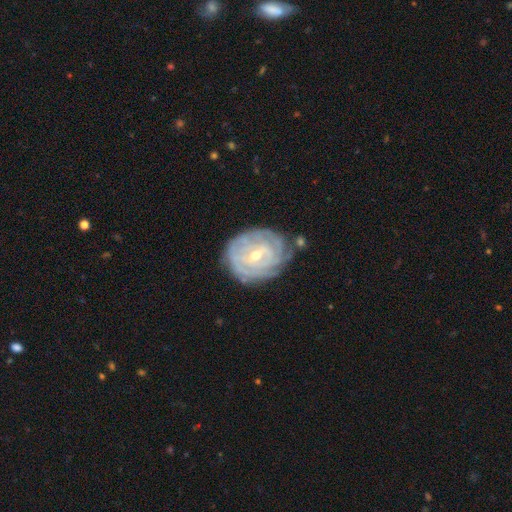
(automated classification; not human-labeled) Smooth or featured?
  - featured or disk: 85% *
  - smooth: 10%
  - star or artifact: 5%
Edge-on disk?
  - no: 97% *
  - yes: 3%
Bar?
  - weak: 51% *
  - no: 30%
  - strong: 19%
Spiral arms?
  - yes: 93% *
  - no: 7%
Spiral winding?
  - tight: 83% *
  - medium: 13%
  - loose: 3%
Spiral arm count?
  - can't tell: 43% *
  - 3: 16%
  - 4: 16%
  - 2: 14%
  - more than 4: 7%
  - 1: 5%
Bulge size?
  - moderate: 49% *
  - small: 48%
  - large: 1%
  - none: 1%
  - dominant: 1%
Merging?
  - none: 71% *
  - minor disturbance: 19%
  - major disturbance: 7%
  - merger: 3%